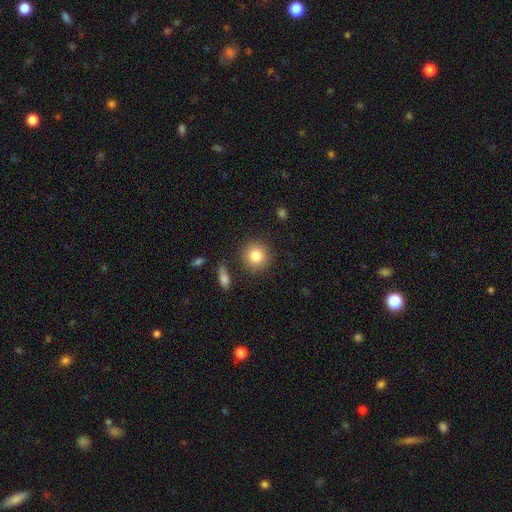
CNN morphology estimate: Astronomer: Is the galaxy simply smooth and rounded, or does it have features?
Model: smooth — 83%.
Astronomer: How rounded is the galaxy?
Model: round — 91%.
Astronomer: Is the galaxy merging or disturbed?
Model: none — 86%.